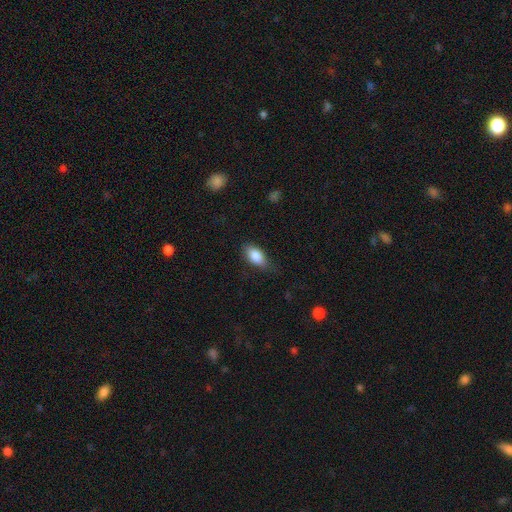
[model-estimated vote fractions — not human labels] Smooth or featured? smooth (85%)
How rounded? in between (89%)
Merging? none (72%)